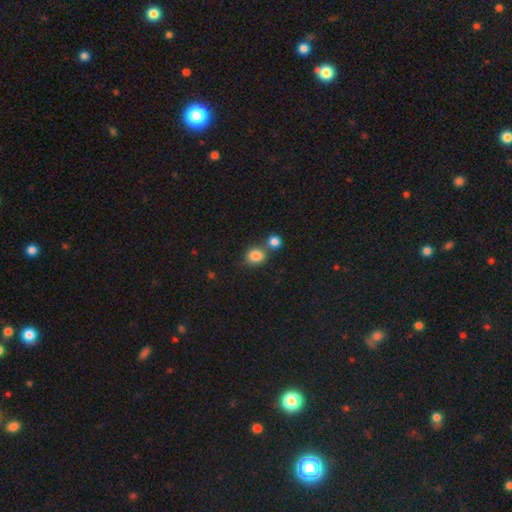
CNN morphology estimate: smooth-or-featured: smooth: 85% | star or artifact: 10% | featured or disk: 6%
  how-rounded: round: 60% | in between: 39% | cigar-shaped: 1%
  merging: none: 52% | merger: 34% | minor disturbance: 11% | major disturbance: 4%